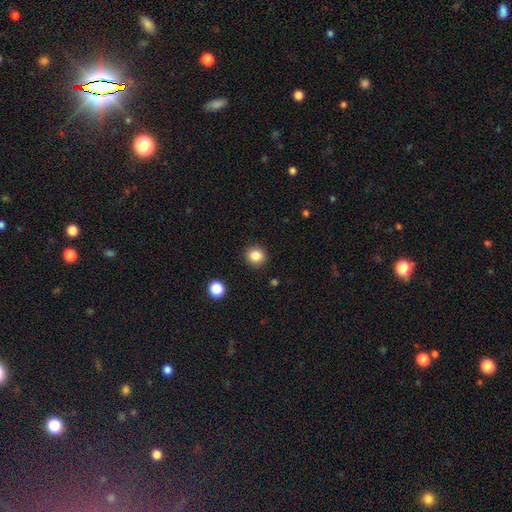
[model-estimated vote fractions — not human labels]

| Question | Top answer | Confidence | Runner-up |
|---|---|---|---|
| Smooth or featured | smooth | 84% | star or artifact (11%) |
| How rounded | round | 90% | in between (9%) |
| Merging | none | 91% | minor disturbance (6%) |